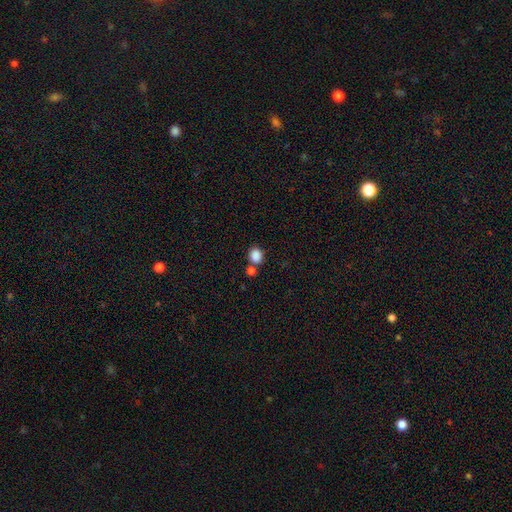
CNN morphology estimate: Smooth or featured? Predicted: smooth (p=0.86). How rounded? Predicted: round (p=0.68). Merging? Predicted: none (p=0.65).